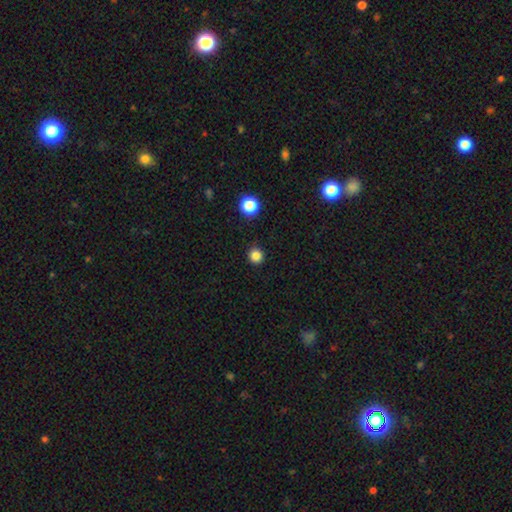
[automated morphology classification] Smooth or featured: smooth — 84% (star or artifact — 13%)
How rounded: round — 94% (in between — 5%)
Merging: none — 91% (minor disturbance — 6%)